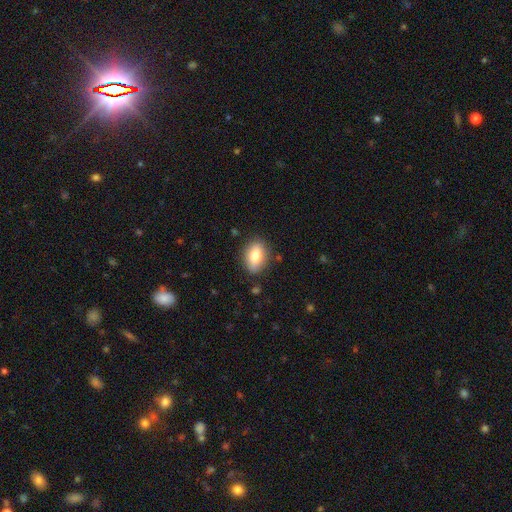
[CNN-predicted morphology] This appears to be a smooth galaxy with no disk features (79%) that is in between round and cigar-shaped (83%). Merging: none (83%).